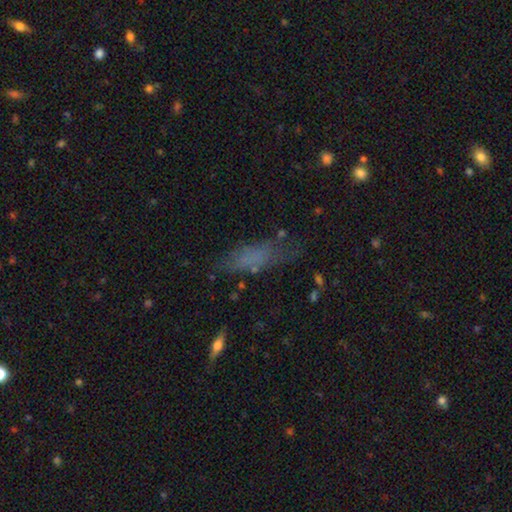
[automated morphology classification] The model was most divided on "how rounded": in between: 51%, cigar-shaped: 46%, round: 3%. More confident: smooth or featured — smooth (63%); merging — none (58%).